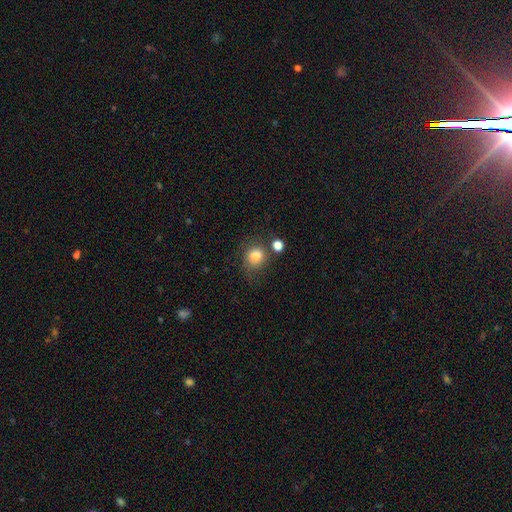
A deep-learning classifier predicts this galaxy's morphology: smooth 81%, star or artifact 12%, featured or disk 8%. Down the decision tree: how rounded — round (79%); merging — none (68%).